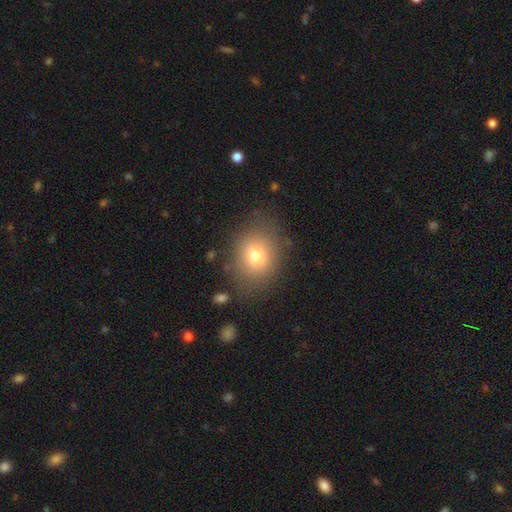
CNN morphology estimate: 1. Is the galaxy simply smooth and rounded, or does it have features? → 74% smooth, 14% featured or disk, 12% star or artifact.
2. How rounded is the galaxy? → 55% round, 44% in between, 1% cigar-shaped.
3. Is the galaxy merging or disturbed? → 77% none, 14% minor disturbance, 6% major disturbance, 2% merger.